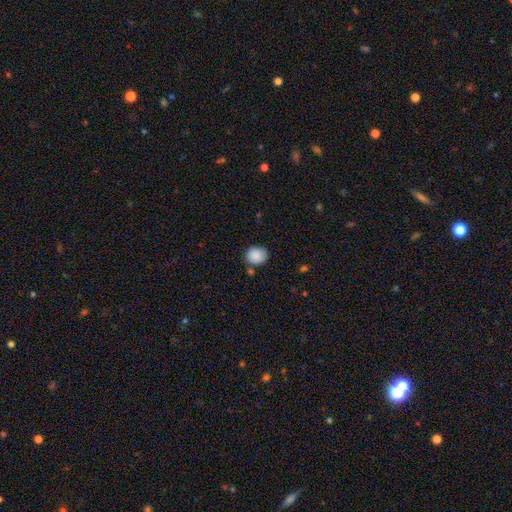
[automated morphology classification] A smooth galaxy with no disk features (88%) that is round (72%).

Vote fractions:
- Smooth or featured? smooth: 88% / star or artifact: 8% / featured or disk: 4%
- How rounded? round: 72% / in between: 27% / cigar-shaped: 1%
- Merging? none: 74% / minor disturbance: 16% / merger: 6% / major disturbance: 4%